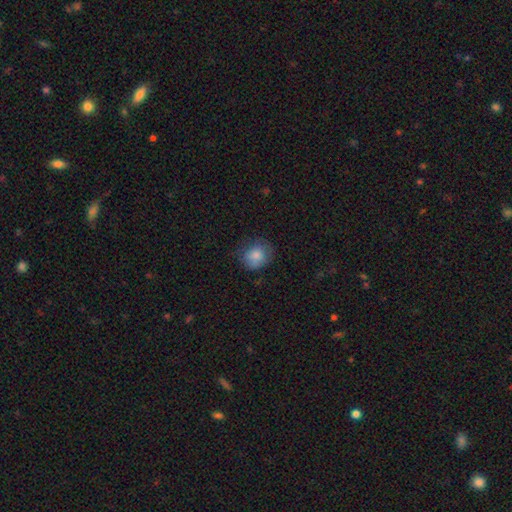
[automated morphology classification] Smooth or featured? Predicted: smooth (p=0.82). How rounded? Predicted: round (p=0.68). Merging? Predicted: none (p=0.68).